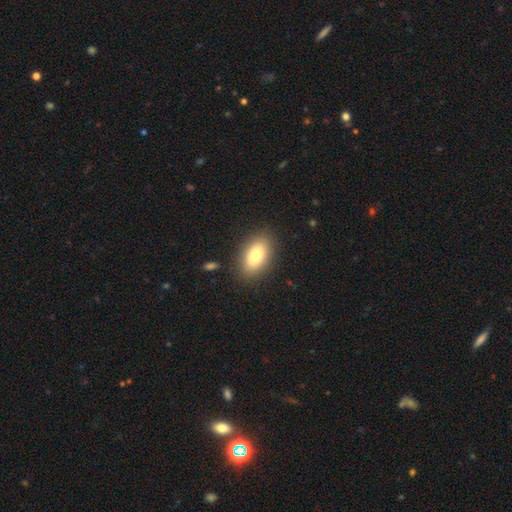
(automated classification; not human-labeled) smooth-or-featured: smooth: 80% | featured or disk: 13% | star or artifact: 8%
  how-rounded: in between: 91% | round: 6% | cigar-shaped: 3%
  merging: none: 86% | minor disturbance: 9% | major disturbance: 3% | merger: 2%